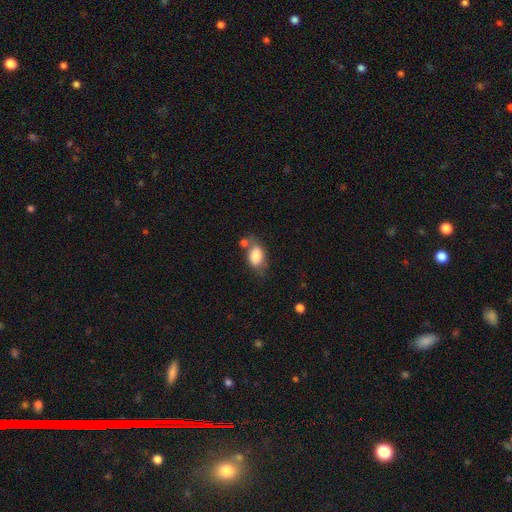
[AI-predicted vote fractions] Smooth or featured? smooth (82%)
How rounded? in between (85%)
Merging? none (51%)